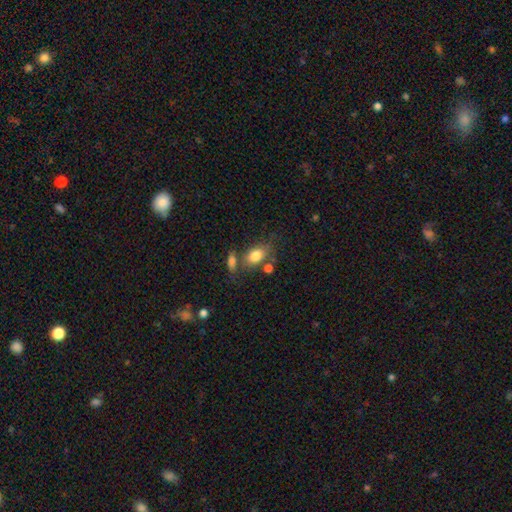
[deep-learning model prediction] Q: Smooth or featured?
A: smooth (80%); runner-up: featured or disk (12%)
Q: How rounded?
A: in between (84%); runner-up: round (13%)
Q: Merging?
A: none (57%); runner-up: merger (19%)